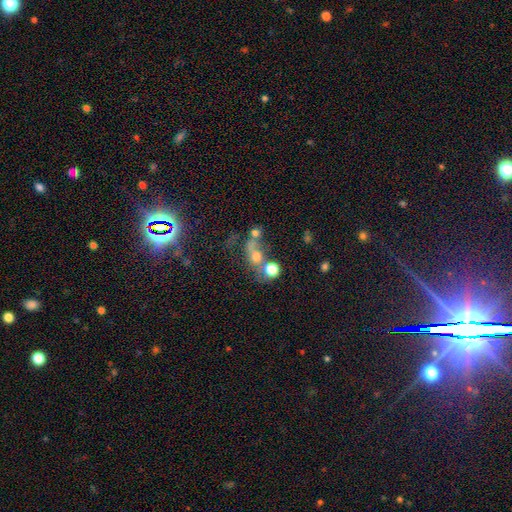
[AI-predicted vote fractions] This appears to be a smooth galaxy with no disk features (40%). Merging: merger (37%).